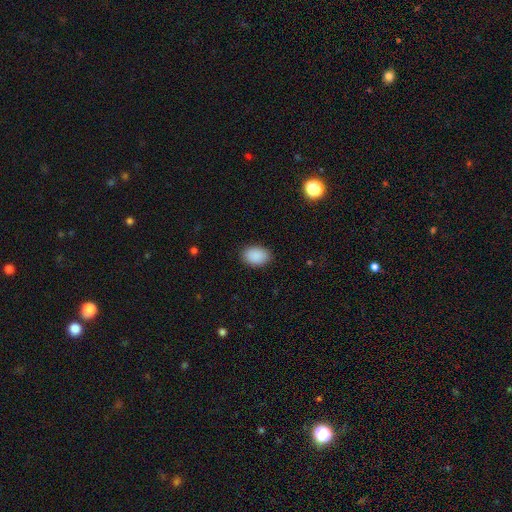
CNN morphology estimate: A smooth galaxy with no disk features (90%) that is in between round and cigar-shaped (84%). Merging: none (88%).